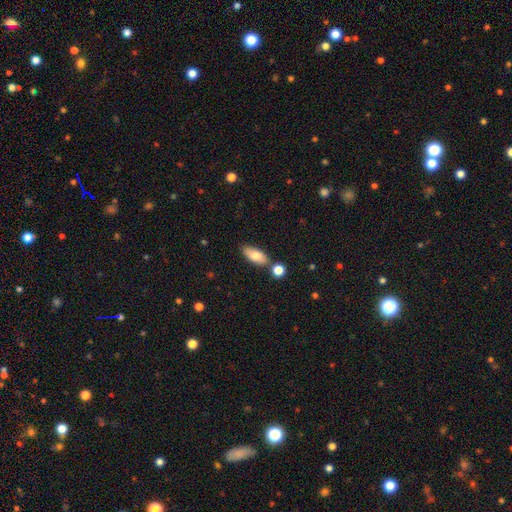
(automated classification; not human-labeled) smooth-or-featured: smooth: 80% | featured or disk: 13% | star or artifact: 7%
  how-rounded: in between: 82% | cigar-shaped: 15% | round: 3%
  merging: none: 73% | minor disturbance: 13% | merger: 11% | major disturbance: 3%